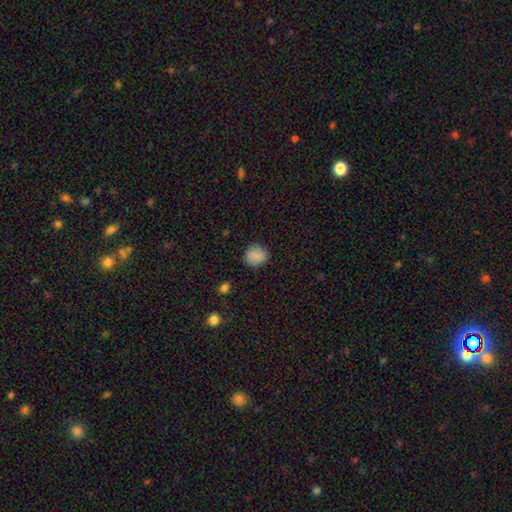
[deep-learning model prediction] This is clearly a smooth galaxy (87%). How rounded: clearly round (88%). Merging: clearly none (86%).